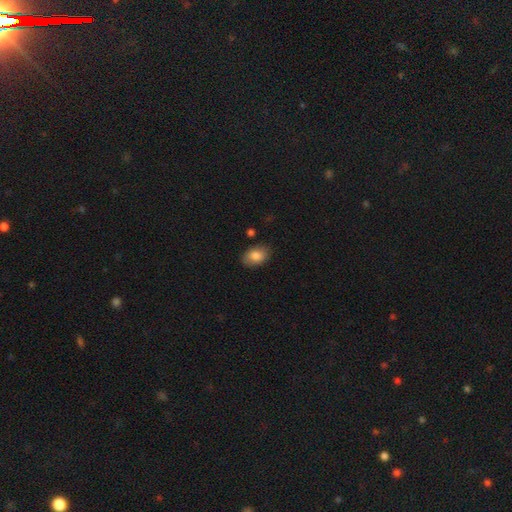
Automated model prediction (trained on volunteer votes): smooth_or_featured: smooth (p=0.83) [alt: featured or disk p=0.09]
how_rounded: in between (p=0.85) [alt: round p=0.13]
merging: none (p=0.84) [alt: minor disturbance p=0.11]